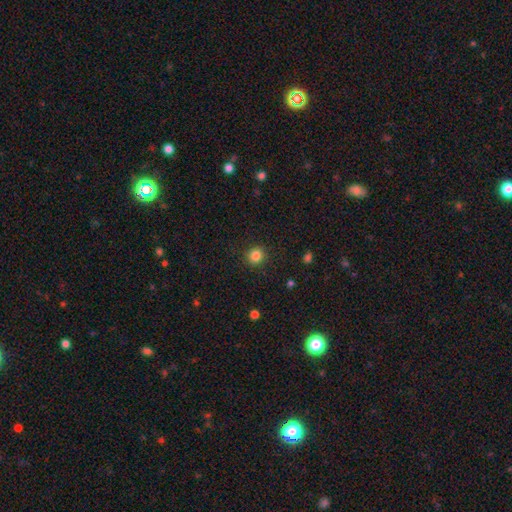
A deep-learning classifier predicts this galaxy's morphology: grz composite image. It shows a smooth galaxy with no disk features (85%) that is round (88%). Merging: none (91%).